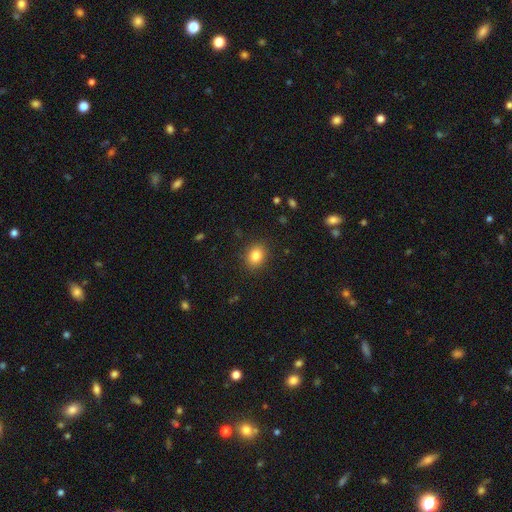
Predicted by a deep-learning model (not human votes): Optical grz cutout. It shows a smooth galaxy with no disk features (83%) that is in between round and cigar-shaped (52%). Merging: none (88%).